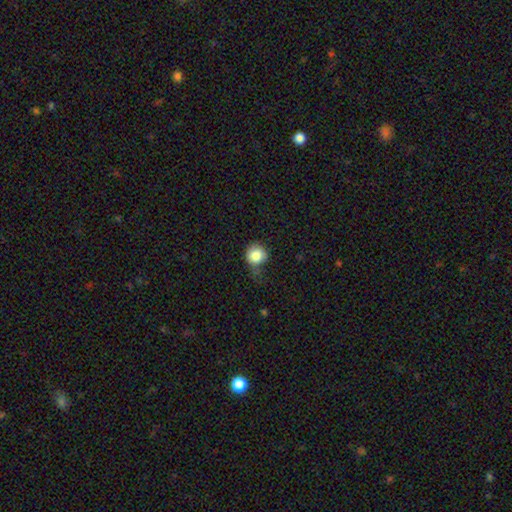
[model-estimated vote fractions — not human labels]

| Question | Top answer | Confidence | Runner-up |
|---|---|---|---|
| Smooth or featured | smooth | 85% | star or artifact (9%) |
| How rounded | round | 87% | in between (12%) |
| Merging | none | 50% | minor disturbance (33%) |